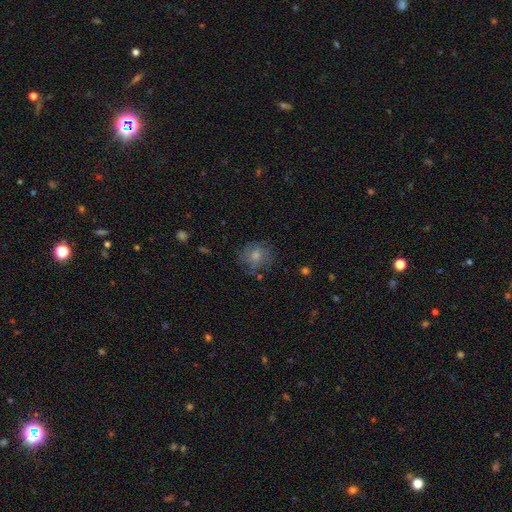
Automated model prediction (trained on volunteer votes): Overall: smooth (71%). How rounded: round (78%). Merging: none (66%).